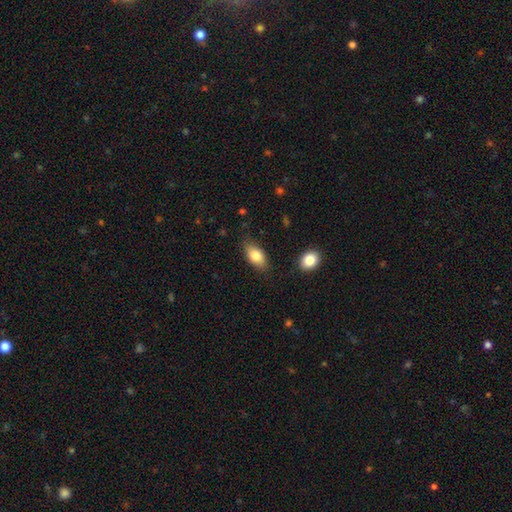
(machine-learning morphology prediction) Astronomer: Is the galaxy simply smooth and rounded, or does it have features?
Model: smooth — 82%.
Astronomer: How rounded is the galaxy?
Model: in between — 89%.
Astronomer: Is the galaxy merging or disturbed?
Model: none — 78%.